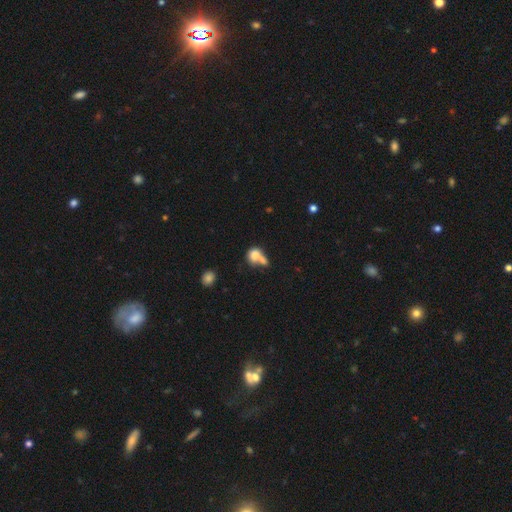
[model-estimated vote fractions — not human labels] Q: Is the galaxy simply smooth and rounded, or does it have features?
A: smooth — 76%.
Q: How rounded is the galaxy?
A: round — 54%.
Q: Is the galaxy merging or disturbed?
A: merger — 57%.